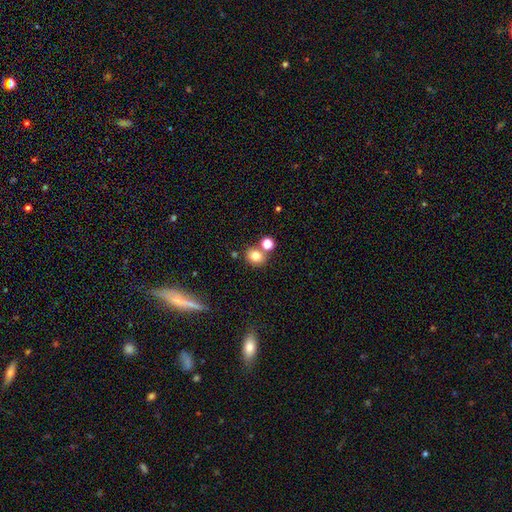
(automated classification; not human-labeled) A smooth galaxy with no disk features (78%) that is round (69%). Merging: none (66%).